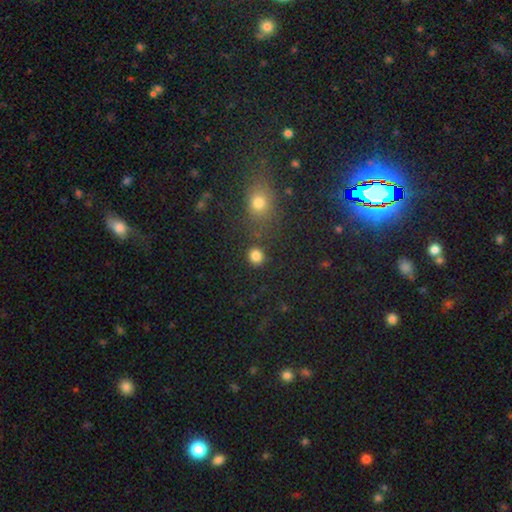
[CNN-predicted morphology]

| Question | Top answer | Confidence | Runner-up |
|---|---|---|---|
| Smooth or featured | smooth | 84% | star or artifact (12%) |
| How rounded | round | 87% | in between (12%) |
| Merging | none | 84% | minor disturbance (8%) |